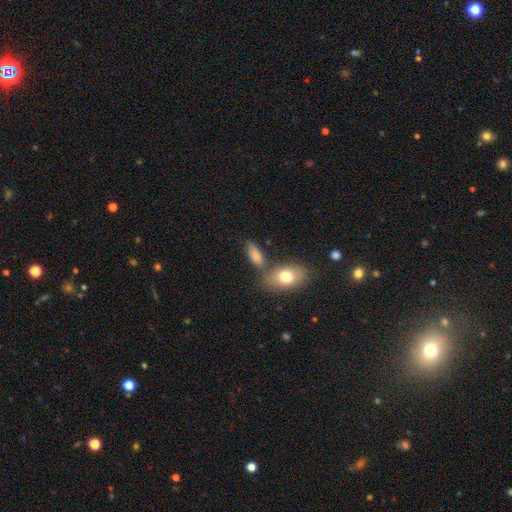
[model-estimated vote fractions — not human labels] smooth-or-featured: smooth: 81% | featured or disk: 11% | star or artifact: 8%
  how-rounded: in between: 81% | cigar-shaped: 14% | round: 5%
  merging: none: 56% | merger: 23% | minor disturbance: 15% | major disturbance: 6%